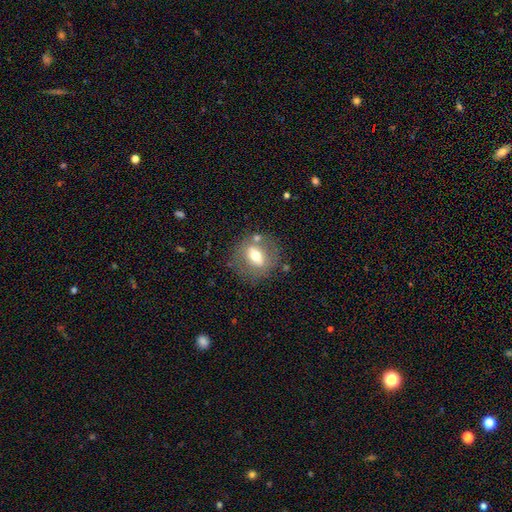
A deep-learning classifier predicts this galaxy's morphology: Smooth or featured? Predicted: smooth (p=0.47). Merging? Predicted: none (p=0.74).